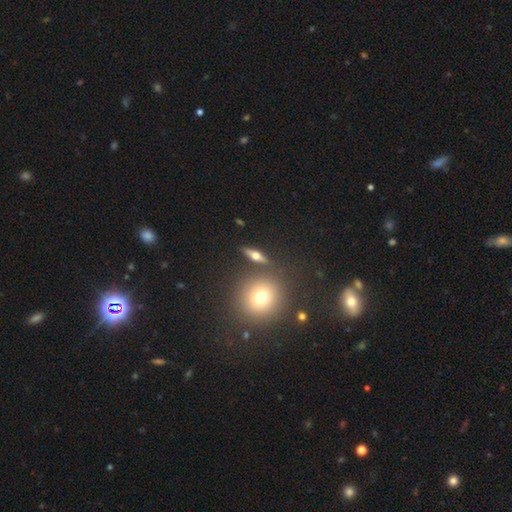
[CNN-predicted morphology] Overall: featured or disk (53%; smooth 35%). Edge-on disk: yes (87%). Merging: none (83%).